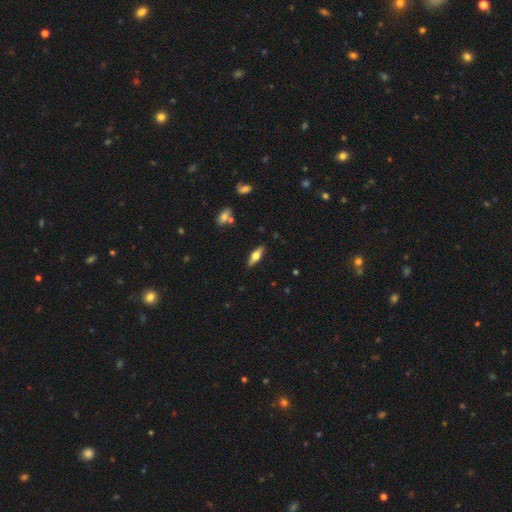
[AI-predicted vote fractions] A smooth galaxy with no disk features (48%). Merging: none (86%).